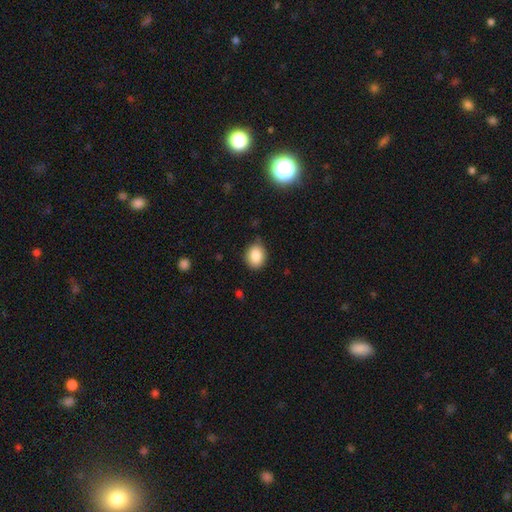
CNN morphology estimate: This appears to be a smooth galaxy with no disk features (84%) that is round (52%). Merging: none (81%).